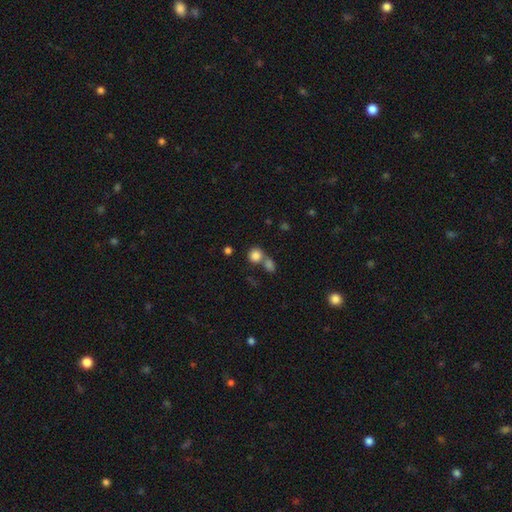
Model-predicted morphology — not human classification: smooth_or_featured: smooth (p=0.83) [alt: star or artifact p=0.10]
how_rounded: round (p=0.84) [alt: in between p=0.15]
merging: none (p=0.49) [alt: merger p=0.39]